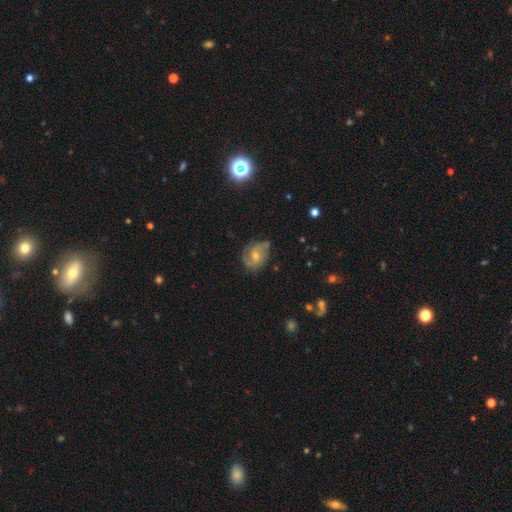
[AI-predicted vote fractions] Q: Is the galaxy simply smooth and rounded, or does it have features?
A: featured or disk — 69%.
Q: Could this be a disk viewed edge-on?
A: no — 97%.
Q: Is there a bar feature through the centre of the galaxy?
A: no — 62%.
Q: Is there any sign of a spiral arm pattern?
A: yes — 90%.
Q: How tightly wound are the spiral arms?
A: medium — 43%.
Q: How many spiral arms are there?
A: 2 — 51%.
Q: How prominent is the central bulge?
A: moderate — 60%.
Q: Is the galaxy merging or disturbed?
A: none — 68%.